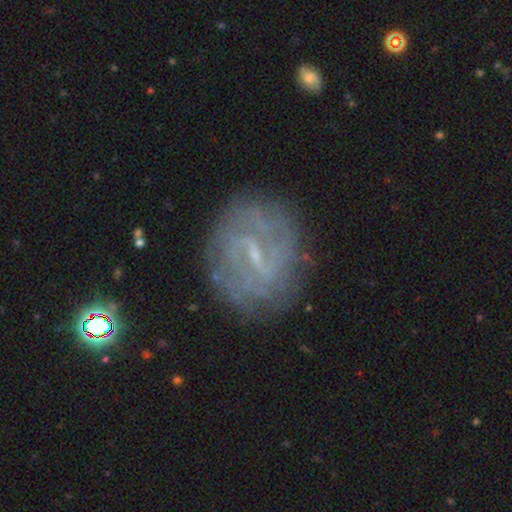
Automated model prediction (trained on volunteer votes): Overall: featured or disk (77%). Edge-on disk: no (96%). Bar: weak (51%; strong 36%). Spiral arms: yes (80%). Spiral arm count: can't tell (41%; 2 39%). Spiral winding: tight (50%; medium 32%). Bulge size: small (69%). Merging: none (79%).